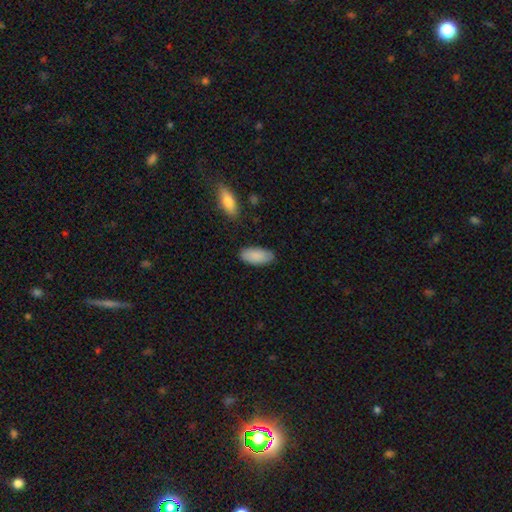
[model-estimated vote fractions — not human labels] Smooth or featured? Predicted: smooth (p=0.89). How rounded? Predicted: in between (p=0.91). Merging? Predicted: none (p=0.83).